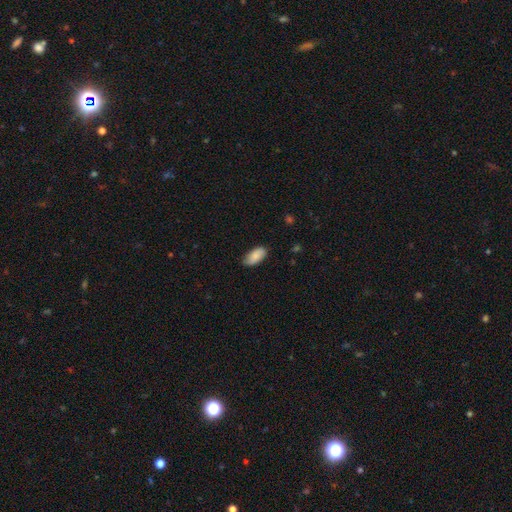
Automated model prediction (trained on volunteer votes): Smooth or featured?
  - smooth: 83% *
  - featured or disk: 11%
  - star or artifact: 6%
How rounded?
  - in between: 93% *
  - cigar-shaped: 5%
  - round: 2%
Merging?
  - none: 80% *
  - minor disturbance: 16%
  - major disturbance: 3%
  - merger: 1%